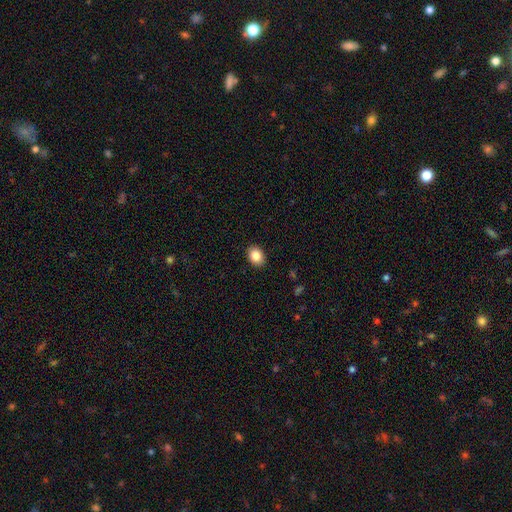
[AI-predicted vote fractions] The model was most divided on "how rounded": in between: 63%, round: 36%, cigar-shaped: 1%. More confident: merging — none (90%); smooth or featured — smooth (85%).